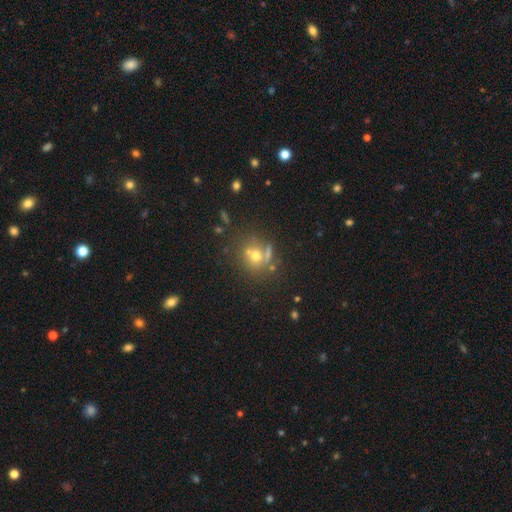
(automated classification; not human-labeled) Q: Smooth or featured?
A: smooth (57%); runner-up: star or artifact (24%)
Q: How rounded?
A: round (79%); runner-up: in between (20%)
Q: Merging?
A: none (56%); runner-up: merger (23%)